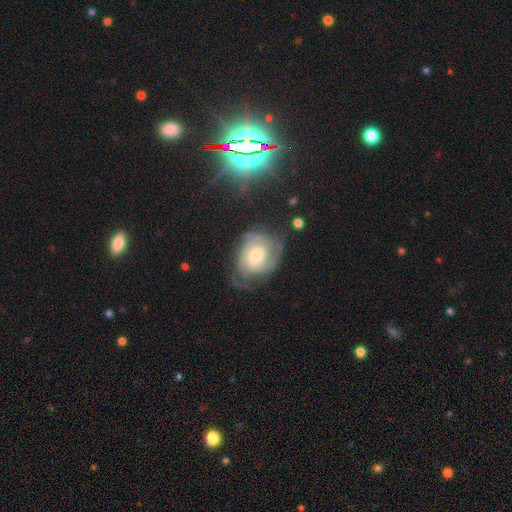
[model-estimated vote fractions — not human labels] This is clearly a featured or disk galaxy (82%). It is clearly not viewed edge-on (97%). Bar: likely no (63%). Spiral arm pattern: clearly yes (95%). Spiral arm count: marginally 2 (38%). Spiral winding: likely tight (61%). Central bulge: possibly moderate (60%). Merging: likely none (64%).